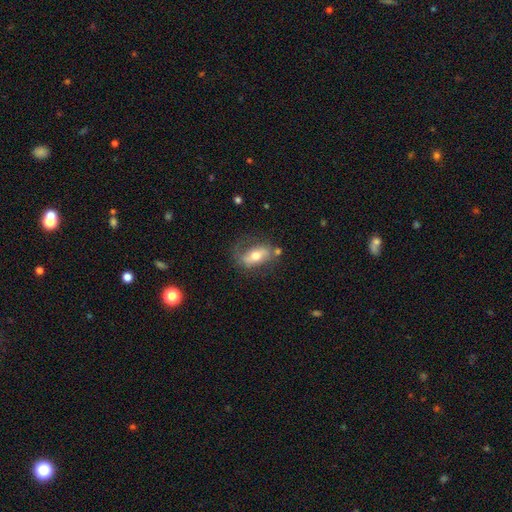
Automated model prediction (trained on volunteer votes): Smooth or featured: smooth — 48% (featured or disk — 45%)
Merging: none — 55% (minor disturbance — 24%)